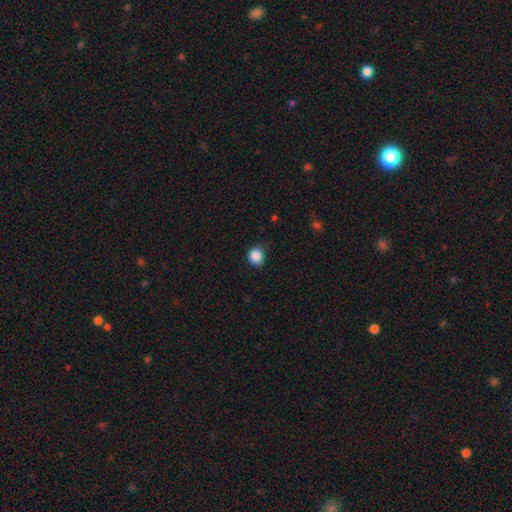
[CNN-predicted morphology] smooth_or_featured: smooth (p=0.87) [alt: star or artifact p=0.10]
how_rounded: round (p=0.81) [alt: in between p=0.18]
merging: none (p=0.85) [alt: minor disturbance p=0.12]